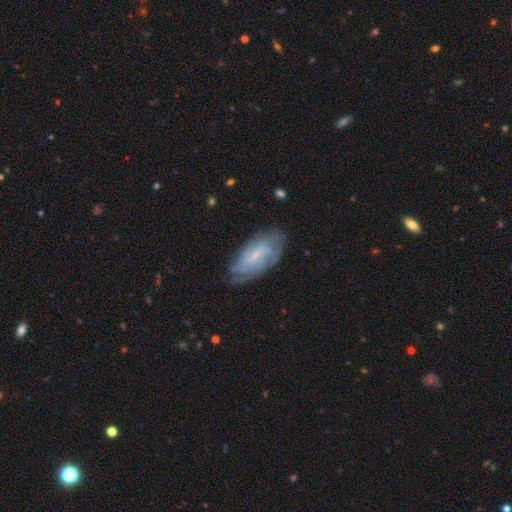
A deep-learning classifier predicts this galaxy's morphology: Smooth or featured?
  - featured or disk: 71% *
  - smooth: 21%
  - star or artifact: 8%
Edge-on disk?
  - no: 93% *
  - yes: 7%
Bar?
  - no: 53% *
  - weak: 39%
  - strong: 8%
Spiral arms?
  - yes: 90% *
  - no: 10%
Spiral winding?
  - tight: 55% *
  - medium: 34%
  - loose: 11%
Spiral arm count?
  - can't tell: 48% *
  - 2: 15%
  - 4: 14%
  - 3: 13%
  - more than 4: 6%
  - 1: 5%
Bulge size?
  - small: 75% *
  - moderate: 15%
  - none: 8%
  - large: 1%
  - dominant: 1%
Merging?
  - none: 74% *
  - minor disturbance: 19%
  - major disturbance: 6%
  - merger: 1%